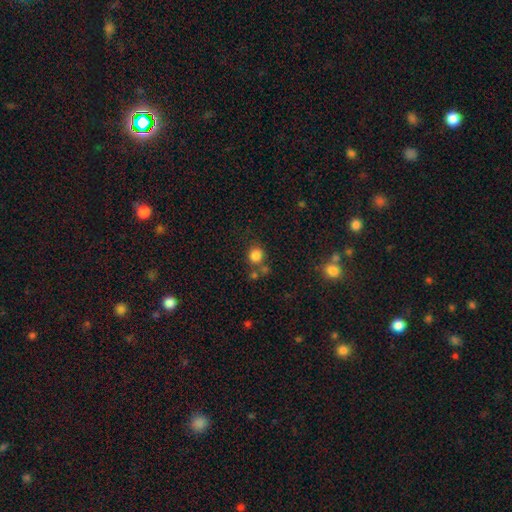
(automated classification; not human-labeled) Overall: smooth (82%). How rounded: round (89%). Merging: none (69%).